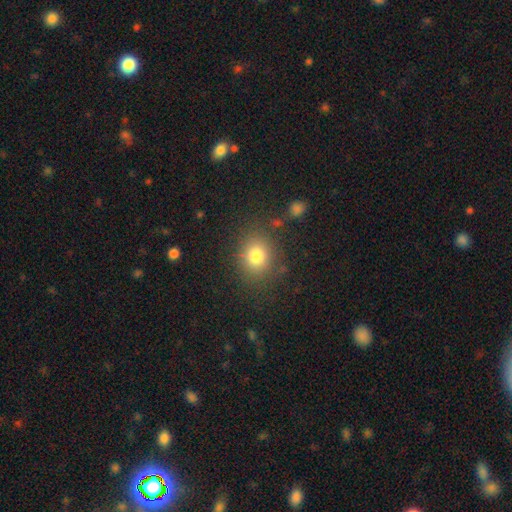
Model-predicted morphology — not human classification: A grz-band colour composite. It shows a smooth galaxy with no disk features (79%) that is round (67%). Merging: none (82%).